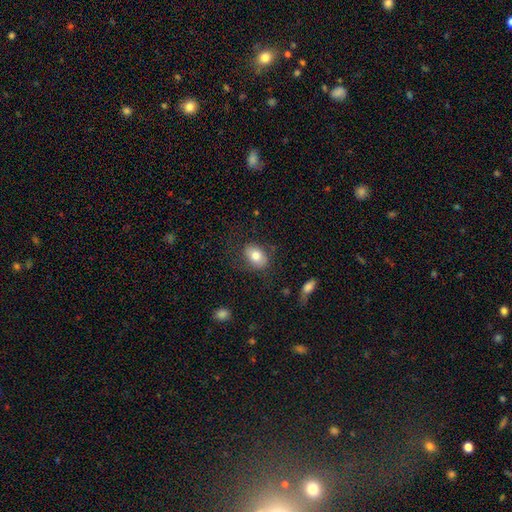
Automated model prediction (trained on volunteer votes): A smooth galaxy with no disk features (77%) that is in between round and cigar-shaped (81%).

Vote fractions:
- Smooth or featured? smooth: 77% / featured or disk: 16% / star or artifact: 7%
- How rounded? in between: 81% / round: 18% / cigar-shaped: 1%
- Merging? none: 71% / minor disturbance: 18% / major disturbance: 9% / merger: 2%